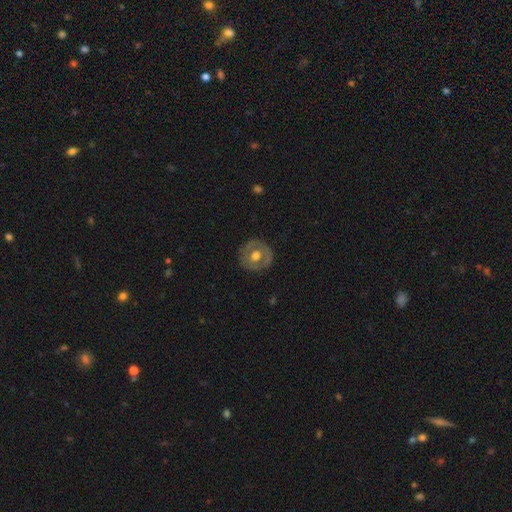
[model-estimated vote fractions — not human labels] featured or disk 50%, smooth 44%, star or artifact 6%. Down the decision tree: merging — none (82%).